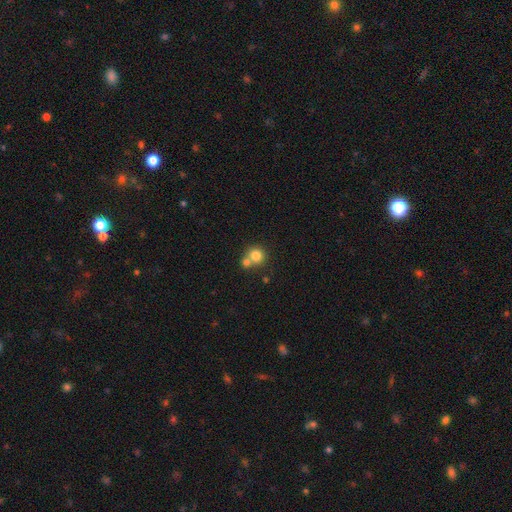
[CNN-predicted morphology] smooth-or-featured: smooth: 80% | star or artifact: 11% | featured or disk: 10%
  how-rounded: round: 88% | in between: 11% | cigar-shaped: 1%
  merging: none: 49% | merger: 42% | minor disturbance: 7% | major disturbance: 3%